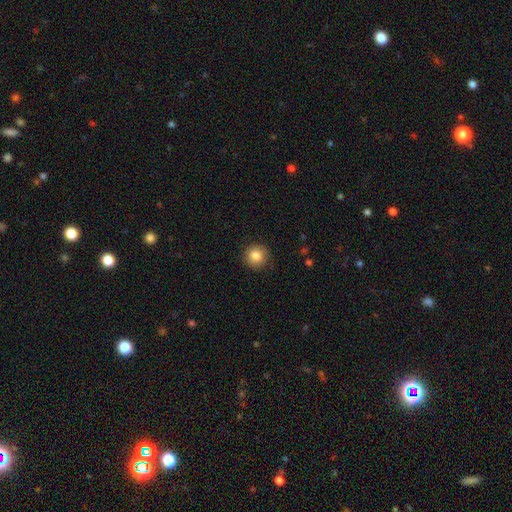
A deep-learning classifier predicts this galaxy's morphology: smooth 84%, star or artifact 9%, featured or disk 6%. Down the decision tree: how rounded — round (91%); merging — none (87%).